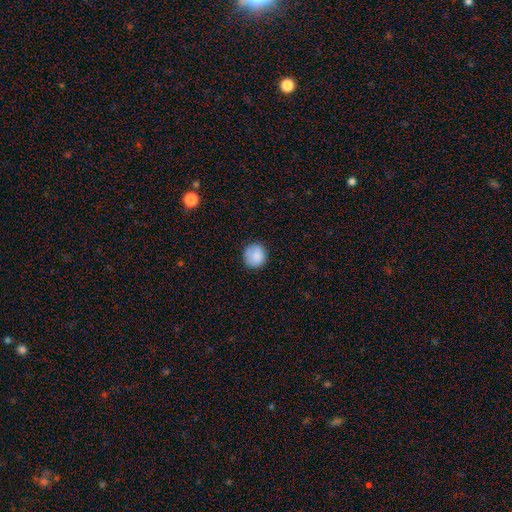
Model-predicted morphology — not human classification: This is clearly a smooth galaxy (87%). How rounded: clearly round (91%). Merging: clearly none (85%).